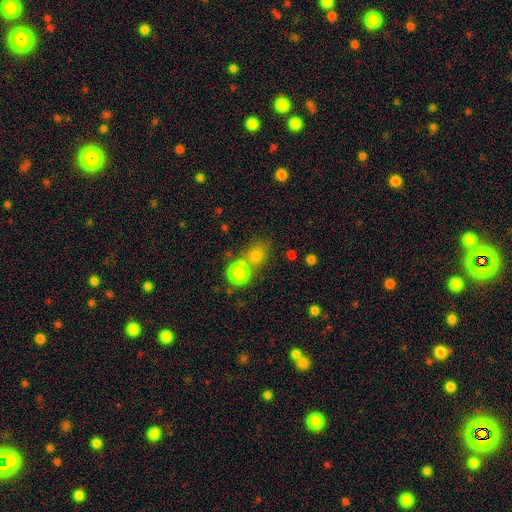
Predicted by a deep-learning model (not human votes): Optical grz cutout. It shows a smooth galaxy with no disk features (78%) that is round (64%). Merging: none (47%).